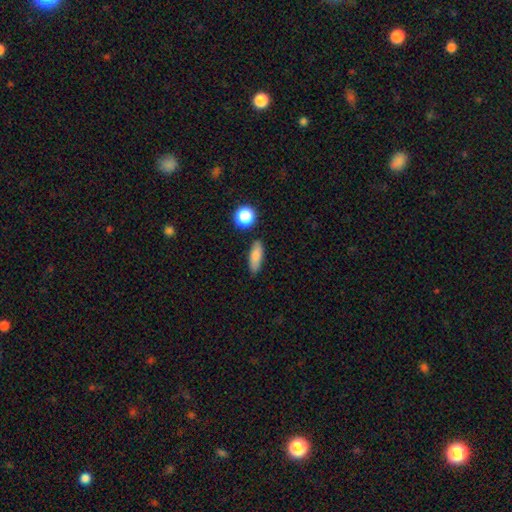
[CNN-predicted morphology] A smooth galaxy with no disk features (82%) that is in between round and cigar-shaped (59%).

Vote fractions:
- Smooth or featured? smooth: 82% / featured or disk: 10% / star or artifact: 8%
- How rounded? in between: 59% / cigar-shaped: 35% / round: 6%
- Merging? none: 82% / minor disturbance: 12% / merger: 4% / major disturbance: 3%